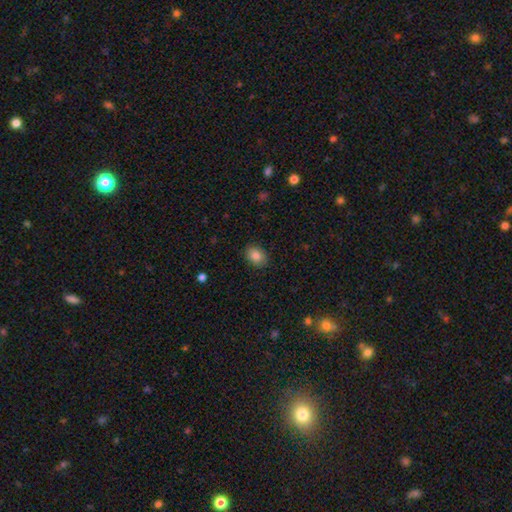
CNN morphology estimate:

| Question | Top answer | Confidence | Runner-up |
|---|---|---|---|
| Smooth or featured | smooth | 84% | star or artifact (8%) |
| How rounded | in between | 67% | round (32%) |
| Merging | none | 87% | minor disturbance (10%) |